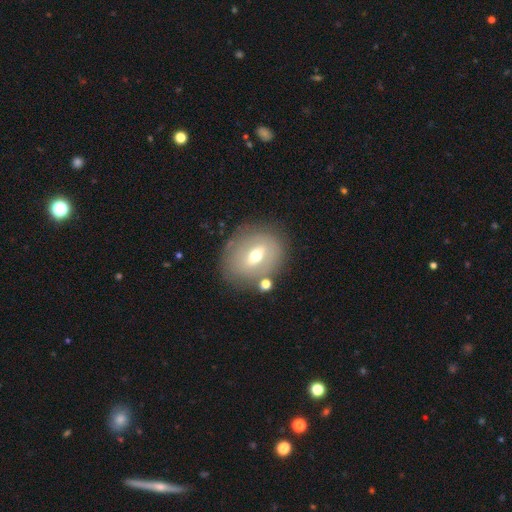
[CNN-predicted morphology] Smooth or featured? Predicted: featured or disk (p=0.53). Edge-on disk? Predicted: no (p=0.88). Merging? Predicted: none (p=0.77).